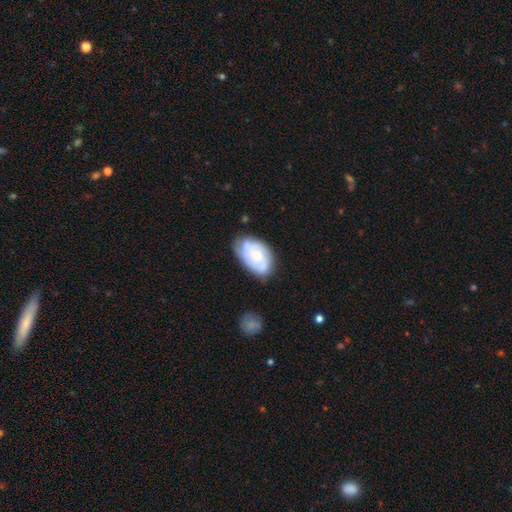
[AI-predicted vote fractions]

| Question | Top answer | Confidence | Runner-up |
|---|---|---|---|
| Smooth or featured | featured or disk | 52% | smooth (42%) |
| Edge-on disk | no | 96% | yes (4%) |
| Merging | none | 58% | minor disturbance (29%) |